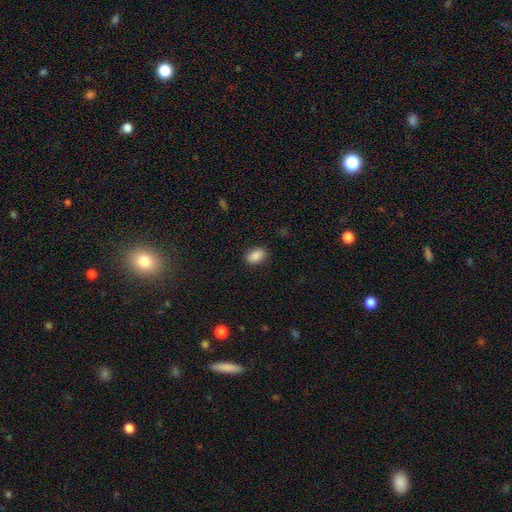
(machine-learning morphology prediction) smooth 89%, star or artifact 8%, featured or disk 4%. Down the decision tree: how rounded — in between (86%); merging — none (88%).